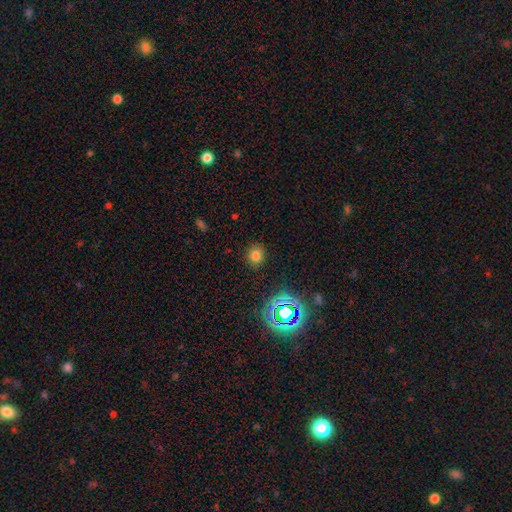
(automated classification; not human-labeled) Smooth or featured?
  - smooth: 73% *
  - star or artifact: 20%
  - featured or disk: 7%
How rounded?
  - round: 78% *
  - in between: 21%
  - cigar-shaped: 1%
Merging?
  - none: 87% *
  - minor disturbance: 9%
  - major disturbance: 3%
  - merger: 1%